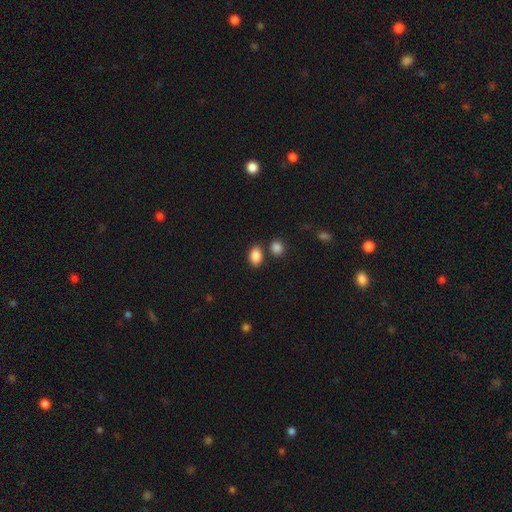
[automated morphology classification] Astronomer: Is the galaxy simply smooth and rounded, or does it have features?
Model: smooth — 87%.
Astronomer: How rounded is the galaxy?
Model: in between — 81%.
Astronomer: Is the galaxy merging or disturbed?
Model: none — 73%.